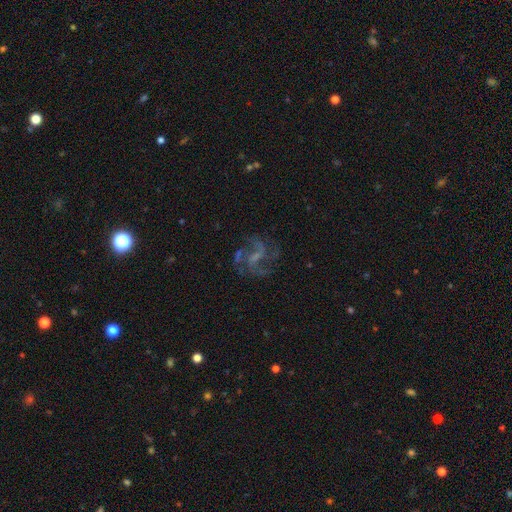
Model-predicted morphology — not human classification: The model was most divided on "spiral arm count": 3: 32%, 2: 30%, can't tell: 16%, 4: 10%, 1: 6%, more than 4: 5%. Remaining: edge-on disk — no (98%); spiral arms — yes (91%); smooth or featured — featured or disk (79%); merging — none (61%); spiral winding — medium (47%); bar — weak (47%); bulge size — none (46%).